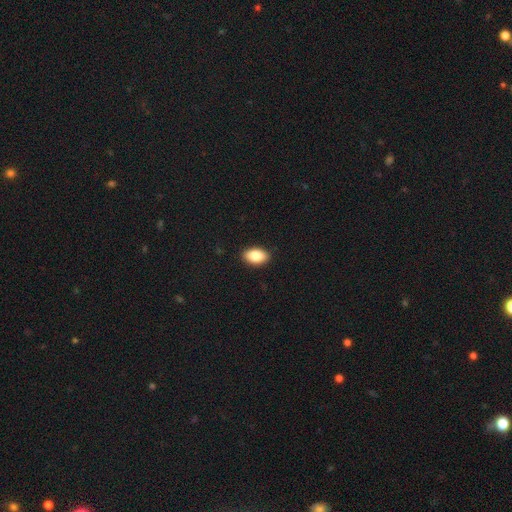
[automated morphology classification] The model was most divided on "smooth or featured": smooth: 85%, featured or disk: 8%, star or artifact: 7%. More confident: how rounded — in between (92%); merging — none (90%).